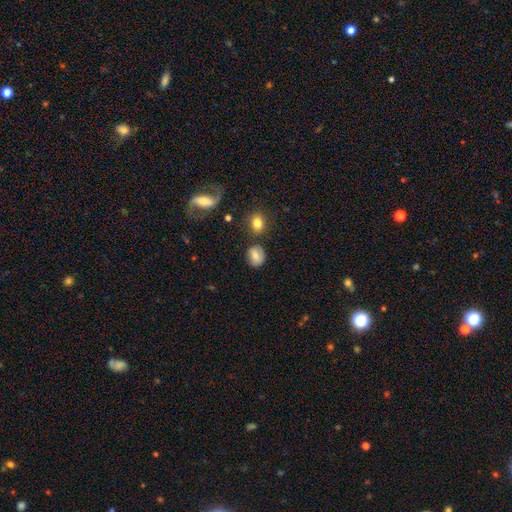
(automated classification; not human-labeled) Smooth or featured? smooth (69%)
How rounded? round (64%)
Merging? none (75%)